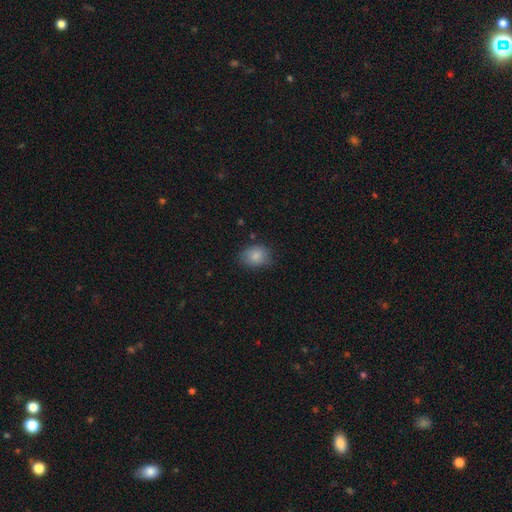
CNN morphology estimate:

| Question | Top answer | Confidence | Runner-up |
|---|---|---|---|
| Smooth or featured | smooth | 84% | star or artifact (8%) |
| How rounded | in between | 61% | round (38%) |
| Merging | none | 74% | minor disturbance (20%) |